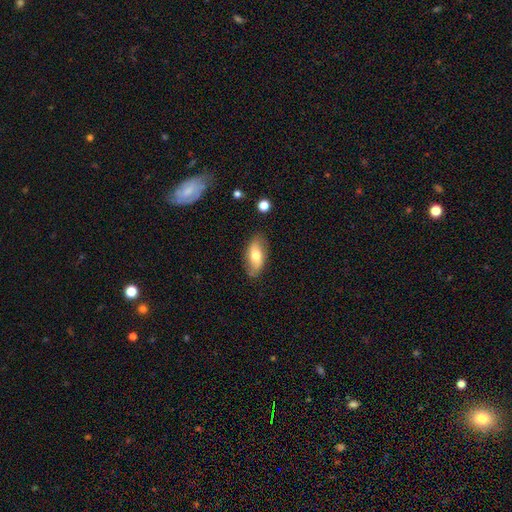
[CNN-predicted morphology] A smooth galaxy with no disk features (67%) that is in between round and cigar-shaped (88%). Merging: none (79%).